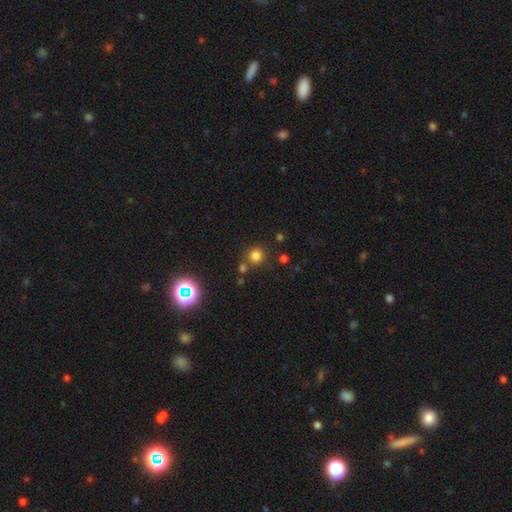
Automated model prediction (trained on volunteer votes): The model was most divided on "smooth or featured": smooth: 77%, star or artifact: 18%, featured or disk: 5%. More confident: how rounded — round (92%); merging — none (77%).